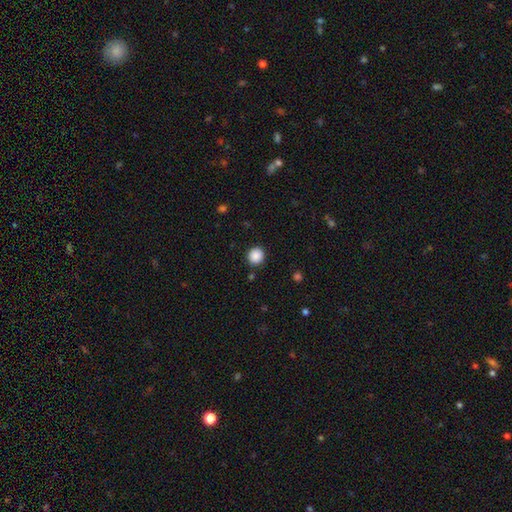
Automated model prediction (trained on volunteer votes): Smooth or featured?
  - smooth: 88% *
  - star or artifact: 9%
  - featured or disk: 2%
How rounded?
  - round: 92% *
  - in between: 7%
  - cigar-shaped: 1%
Merging?
  - none: 90% *
  - minor disturbance: 6%
  - major disturbance: 2%
  - merger: 2%